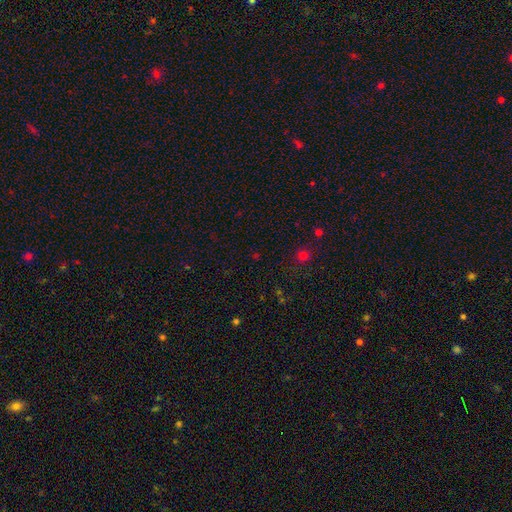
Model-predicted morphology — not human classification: Smooth or featured: star or artifact — 57% (smooth — 36%)